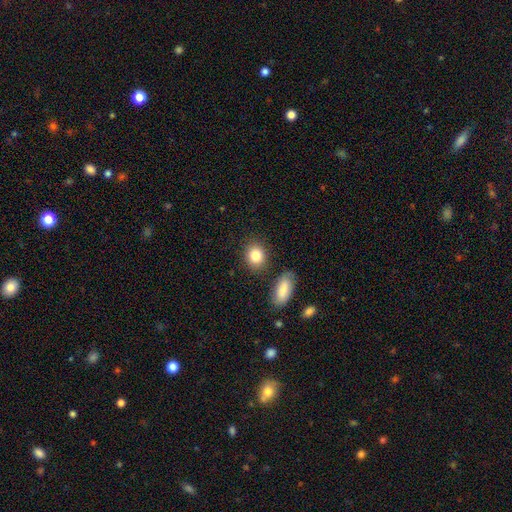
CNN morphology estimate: type=smooth (84%); roundness=round (54%); merging=none (82%).